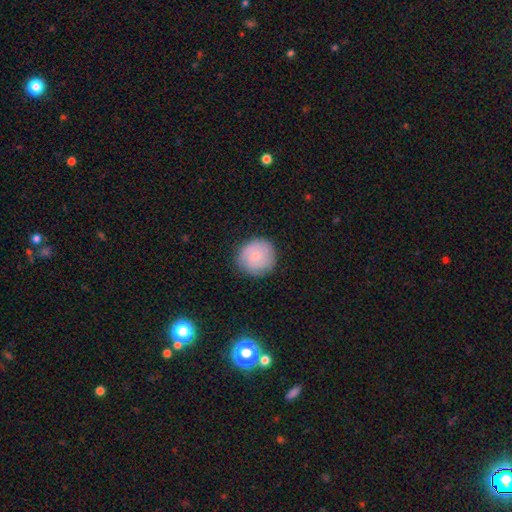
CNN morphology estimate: Overall: smooth (65%; featured or disk 28%). How rounded: round (93%). Merging: none (84%).